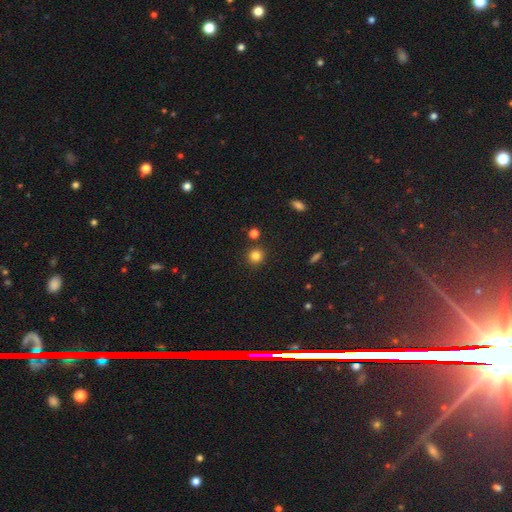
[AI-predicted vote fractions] This is clearly a smooth galaxy (82%). How rounded: clearly round (91%). Merging: clearly none (86%).